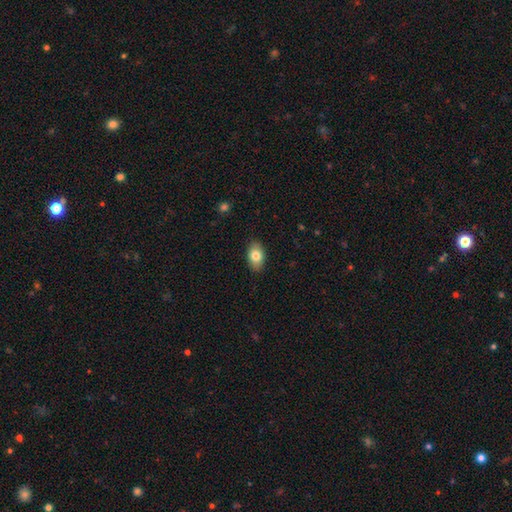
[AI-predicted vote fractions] Overall: smooth (81%). How rounded: in between (90%). Merging: none (88%).